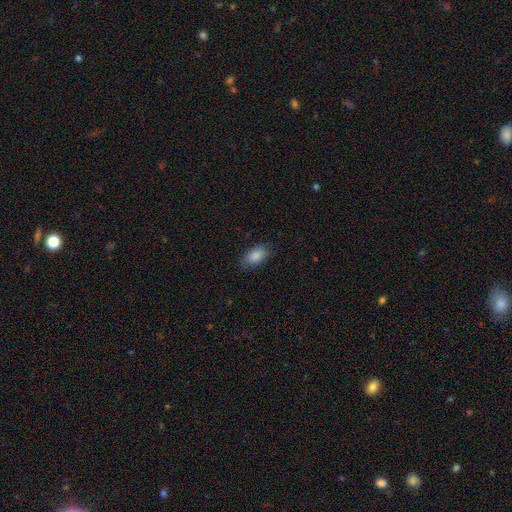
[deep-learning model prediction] This appears to be a smooth galaxy with no disk features (88%) that is in between round and cigar-shaped (92%). Merging: none (83%).